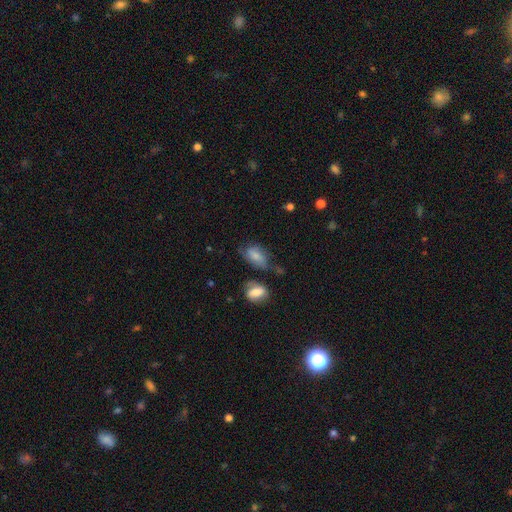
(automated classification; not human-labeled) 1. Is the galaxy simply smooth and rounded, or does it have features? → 66% smooth, 25% featured or disk, 9% star or artifact.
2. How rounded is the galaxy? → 88% in between, 9% round, 3% cigar-shaped.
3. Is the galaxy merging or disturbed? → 42% none, 32% minor disturbance, 16% major disturbance, 10% merger.